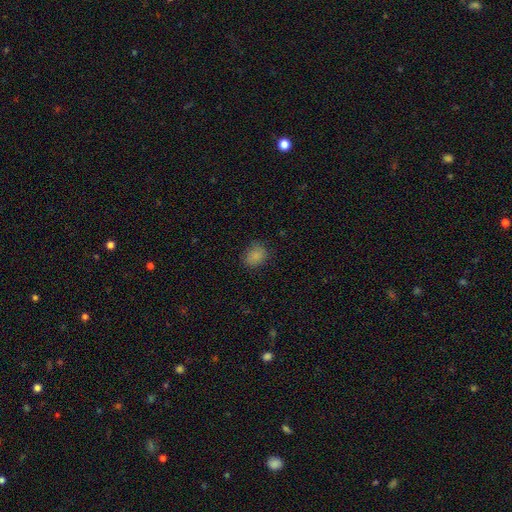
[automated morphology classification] A smooth galaxy with no disk features (84%) that is round (55%).

Vote fractions:
- Smooth or featured? smooth: 84% / star or artifact: 12% / featured or disk: 5%
- How rounded? round: 55% / in between: 44% / cigar-shaped: 1%
- Merging? none: 77% / minor disturbance: 17% / major disturbance: 4% / merger: 1%